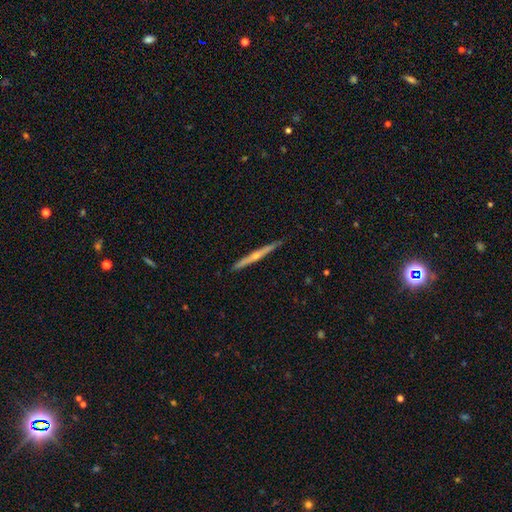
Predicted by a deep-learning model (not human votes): Smooth or featured? featured or disk (72%)
Edge-on disk? yes (98%)
Edge-on bulge? rounded (77%)
Merging? none (90%)